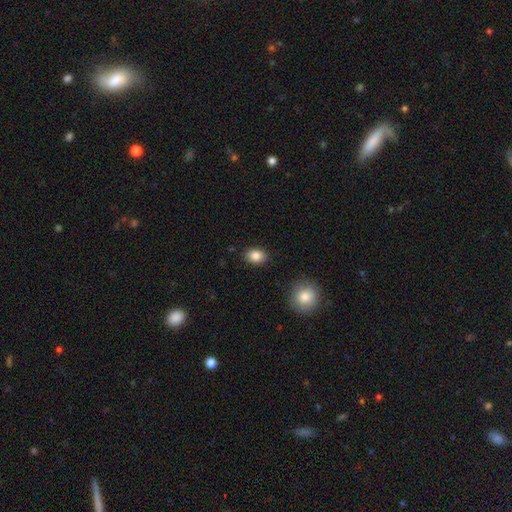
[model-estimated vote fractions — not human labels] Smooth or featured: smooth — 85% (star or artifact — 9%)
How rounded: in between — 67% (round — 32%)
Merging: none — 88% (minor disturbance — 8%)